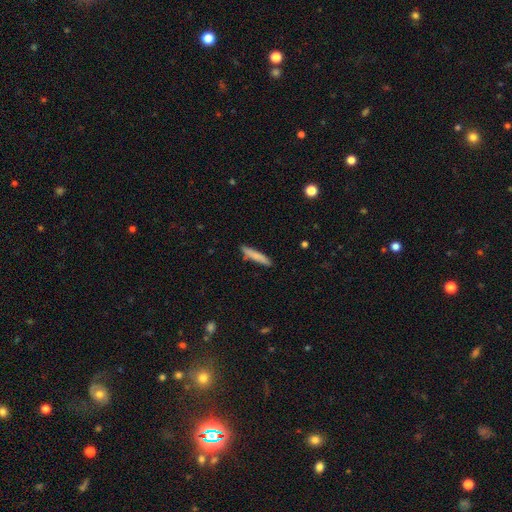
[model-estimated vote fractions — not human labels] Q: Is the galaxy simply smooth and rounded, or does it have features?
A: smooth — 78%.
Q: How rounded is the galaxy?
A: cigar-shaped — 90%.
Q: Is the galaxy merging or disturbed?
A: none — 84%.